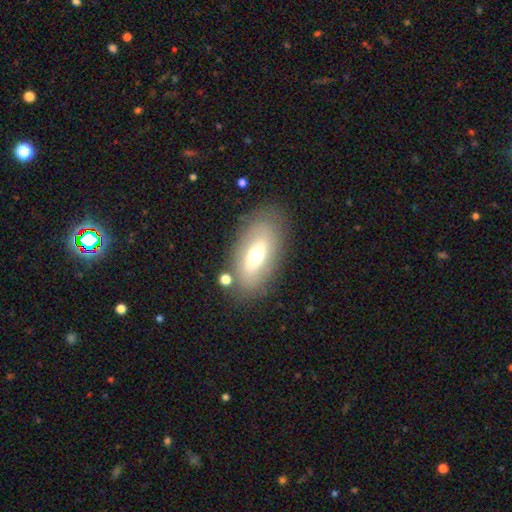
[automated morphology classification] The model was most divided on "smooth or featured": smooth: 52%, featured or disk: 40%, star or artifact: 8%. More confident: how rounded — in between (87%); merging — none (78%).